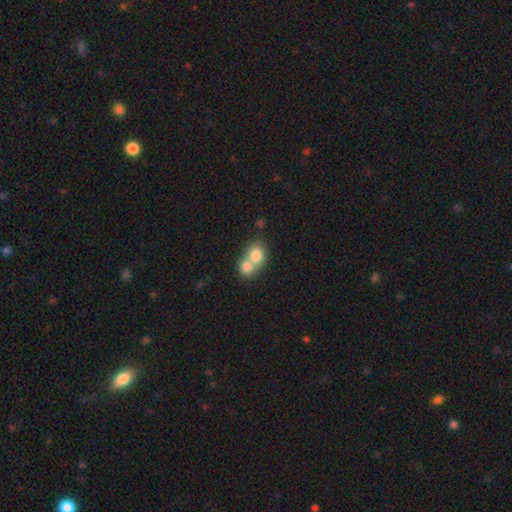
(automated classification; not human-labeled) Morphology: type=smooth (76%); roundness=round (63%); merging=merger (72%).